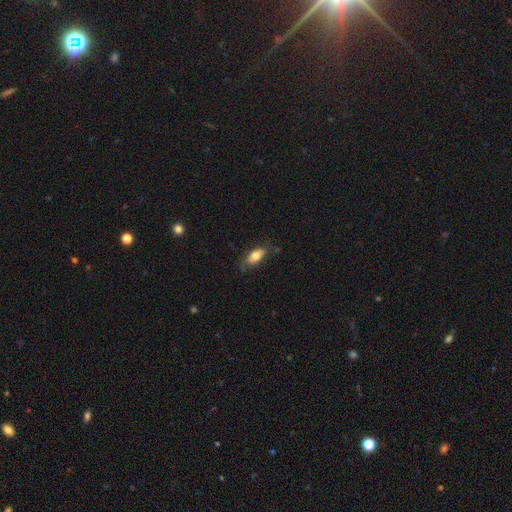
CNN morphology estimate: Smooth or featured: smooth — 72% (featured or disk — 21%)
How rounded: in between — 87% (cigar-shaped — 9%)
Merging: none — 71% (minor disturbance — 22%)